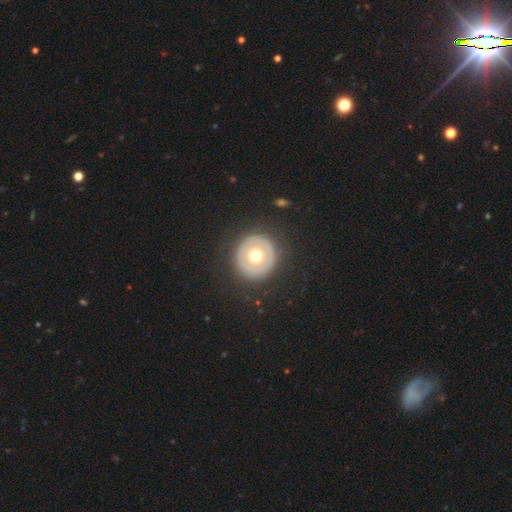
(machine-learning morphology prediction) A smooth galaxy with no disk features (50%).

Vote fractions:
- Smooth or featured? smooth: 50% / featured or disk: 43% / star or artifact: 7%
- Merging? none: 88% / minor disturbance: 8% / major disturbance: 4% / merger: 1%